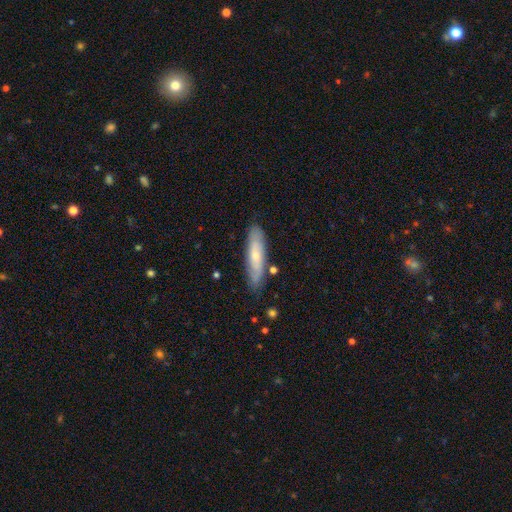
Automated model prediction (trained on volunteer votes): A smooth galaxy with no disk features (53%) that is cigar-shaped (70%).

Vote fractions:
- Smooth or featured? smooth: 53% / featured or disk: 40% / star or artifact: 6%
- How rounded? cigar-shaped: 70% / in between: 29% / round: 2%
- Merging? none: 81% / minor disturbance: 13% / merger: 3% / major disturbance: 3%